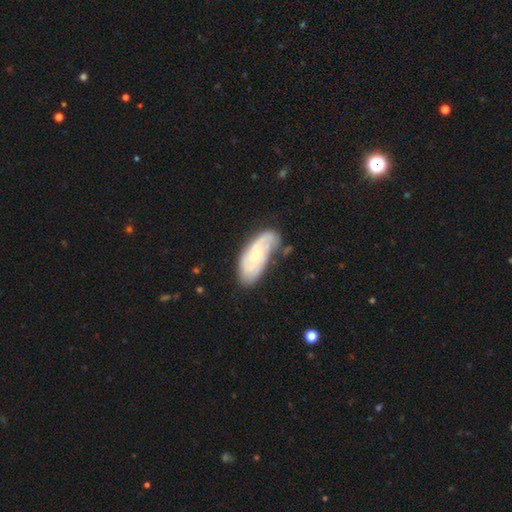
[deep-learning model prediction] smooth-or-featured: featured or disk: 66% | smooth: 28% | star or artifact: 6%
  disk-edge-on: no: 92% | yes: 8%
    bar: no: 73% | weak: 23% | strong: 4%
    has-spiral-arms: yes: 86% | no: 14%
      spiral-winding: tight: 50% | medium: 35% | loose: 16%
      spiral-arm-count: can't tell: 38% | 2: 36% | 3: 11% | 1: 8% | 4: 4% | more than 4: 3%
    bulge-size: small: 62% | moderate: 34% | none: 2% | large: 1% | dominant: 1%
  merging: none: 60% | minor disturbance: 26% | major disturbance: 9% | merger: 5%